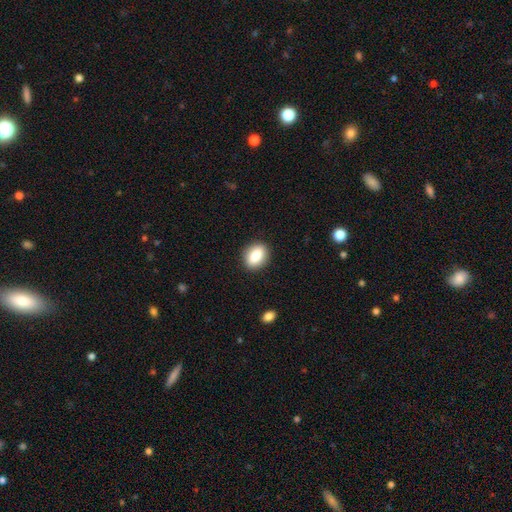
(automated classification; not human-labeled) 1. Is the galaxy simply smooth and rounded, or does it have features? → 85% smooth, 8% star or artifact, 7% featured or disk.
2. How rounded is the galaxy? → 69% in between, 29% round, 2% cigar-shaped.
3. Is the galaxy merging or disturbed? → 89% none, 8% minor disturbance, 2% major disturbance, 1% merger.